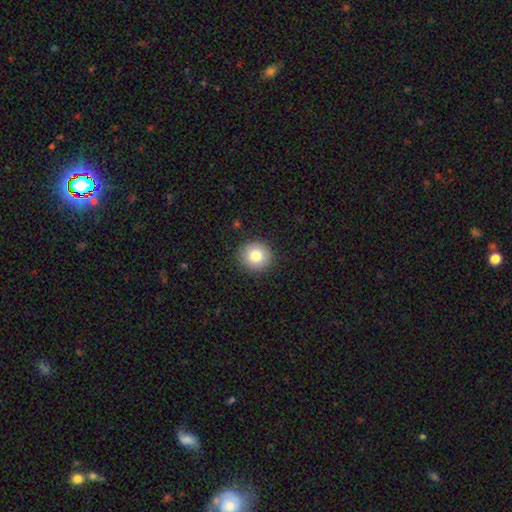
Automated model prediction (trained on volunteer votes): Smooth or featured? smooth (81%)
How rounded? round (91%)
Merging? none (90%)